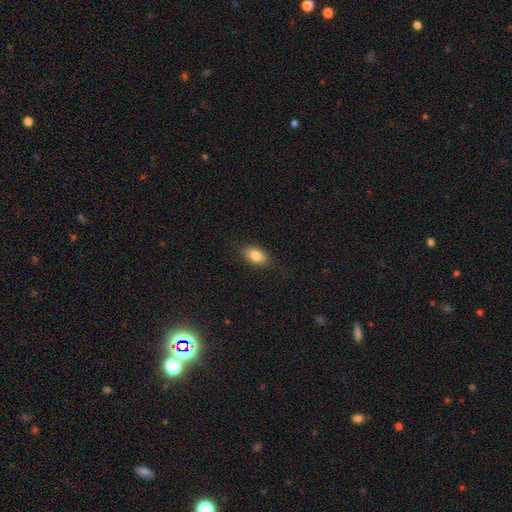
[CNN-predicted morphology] Overall: smooth (85%). How rounded: in between (90%). Merging: none (85%).